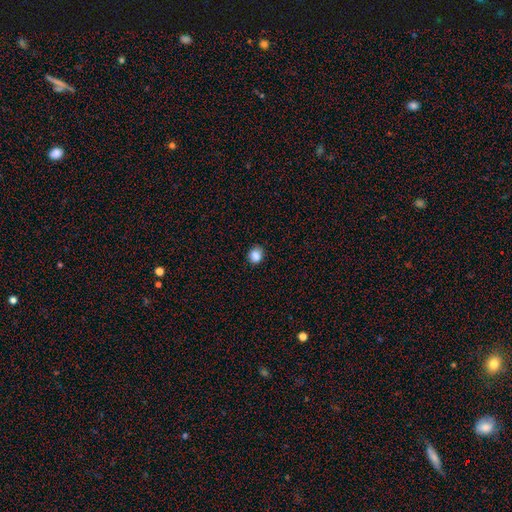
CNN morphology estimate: smooth-or-featured: smooth: 86% | star or artifact: 10% | featured or disk: 4%
  how-rounded: round: 70% | in between: 29% | cigar-shaped: 1%
  merging: none: 85% | minor disturbance: 12% | major disturbance: 2% | merger: 1%